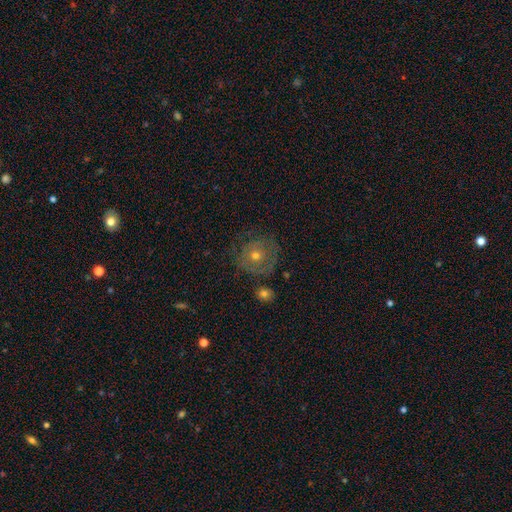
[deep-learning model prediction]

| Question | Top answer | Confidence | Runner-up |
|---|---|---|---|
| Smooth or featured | featured or disk | 52% | smooth (36%) |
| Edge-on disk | no | 96% | yes (4%) |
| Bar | no | 88% | weak (9%) |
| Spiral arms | no | 51% | yes (49%) |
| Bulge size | moderate | 58% | small (37%) |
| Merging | none | 76% | minor disturbance (14%) |